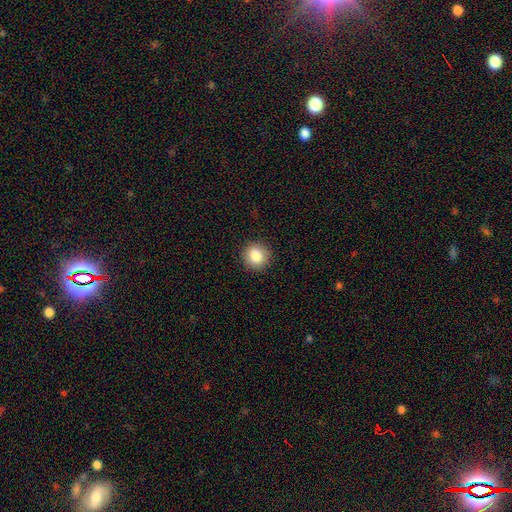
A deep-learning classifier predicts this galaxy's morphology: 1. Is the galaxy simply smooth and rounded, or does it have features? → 85% smooth, 9% star or artifact, 6% featured or disk.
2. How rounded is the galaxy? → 92% round, 7% in between, 1% cigar-shaped.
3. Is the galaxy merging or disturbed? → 91% none, 6% minor disturbance, 2% major disturbance, 1% merger.